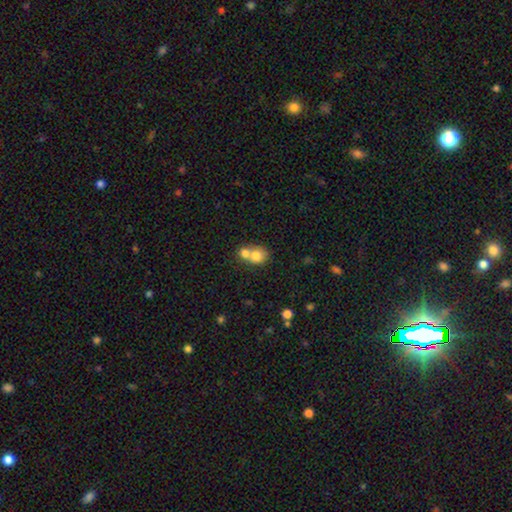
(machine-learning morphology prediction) type=smooth (75%); roundness=round (69%); merging=merger (63%).